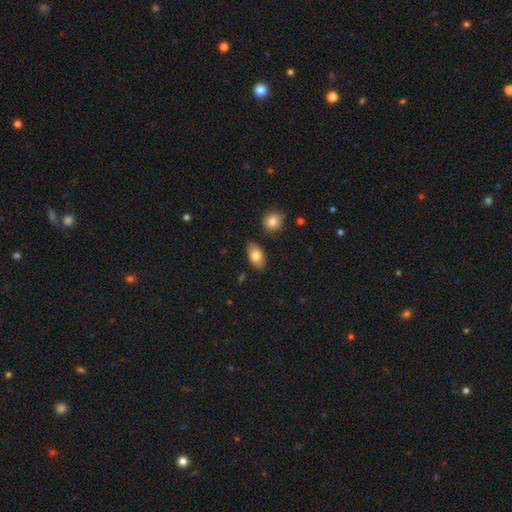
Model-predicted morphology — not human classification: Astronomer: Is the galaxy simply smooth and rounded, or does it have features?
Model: smooth — 78%.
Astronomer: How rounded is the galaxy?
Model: in between — 91%.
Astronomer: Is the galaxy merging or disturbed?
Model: none — 81%.